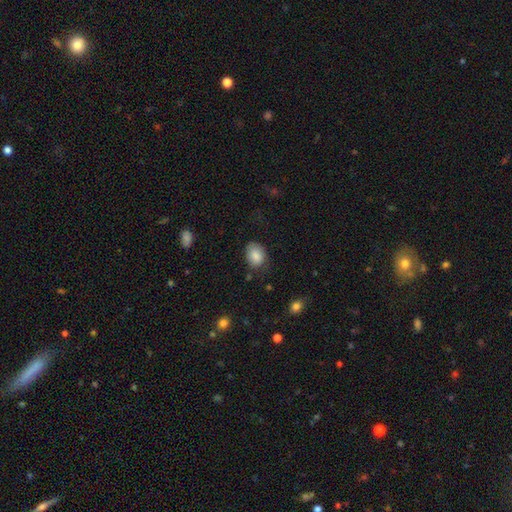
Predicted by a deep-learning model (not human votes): smooth_or_featured: smooth (p=0.85) [alt: star or artifact p=0.07]
how_rounded: in between (p=0.71) [alt: round p=0.28]
merging: none (p=0.66) [alt: minor disturbance p=0.25]